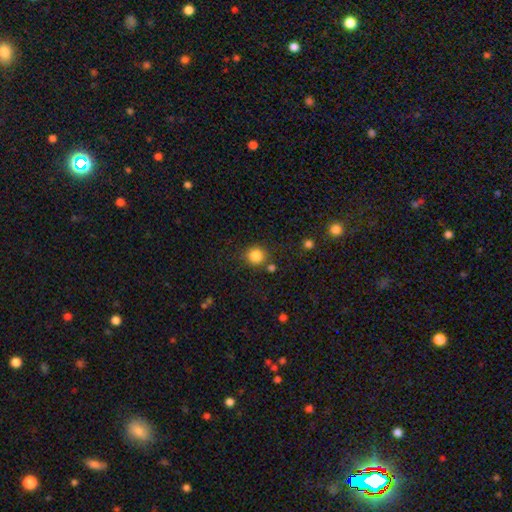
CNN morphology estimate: smooth 85%, star or artifact 11%, featured or disk 4%. Down the decision tree: how rounded — round (90%); merging — none (82%).